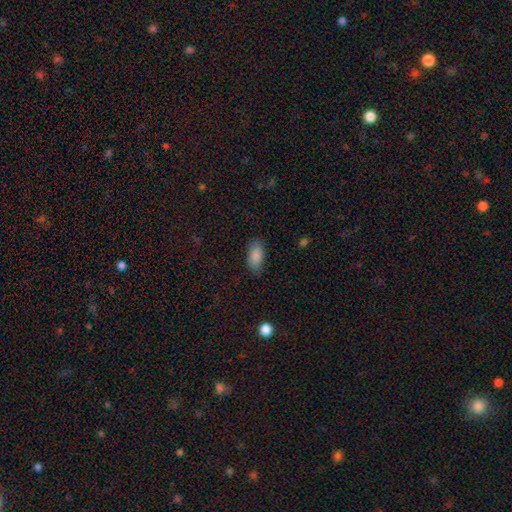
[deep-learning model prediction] Smooth or featured?
  - smooth: 88% *
  - star or artifact: 7%
  - featured or disk: 5%
How rounded?
  - in between: 91% *
  - cigar-shaped: 6%
  - round: 3%
Merging?
  - none: 81% *
  - minor disturbance: 14%
  - major disturbance: 3%
  - merger: 1%